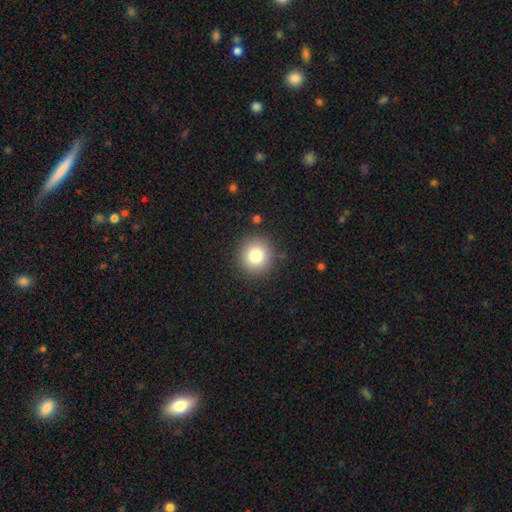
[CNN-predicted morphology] smooth_or_featured: smooth (p=0.81) [alt: star or artifact p=0.11]
how_rounded: round (p=0.94) [alt: in between p=0.06]
merging: none (p=0.89) [alt: minor disturbance p=0.07]